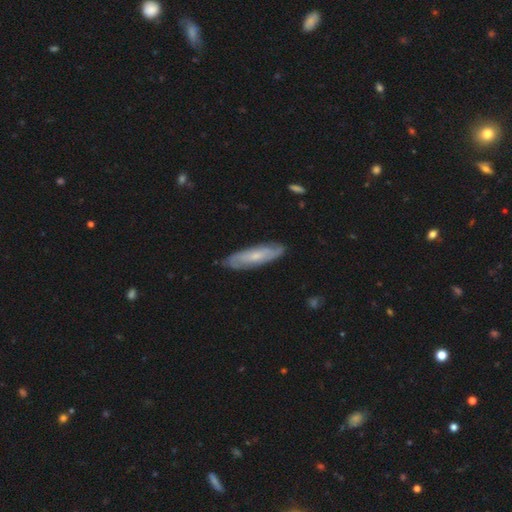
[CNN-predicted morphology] This appears to be a featured or disk galaxy (58%). Merging: none (83%).